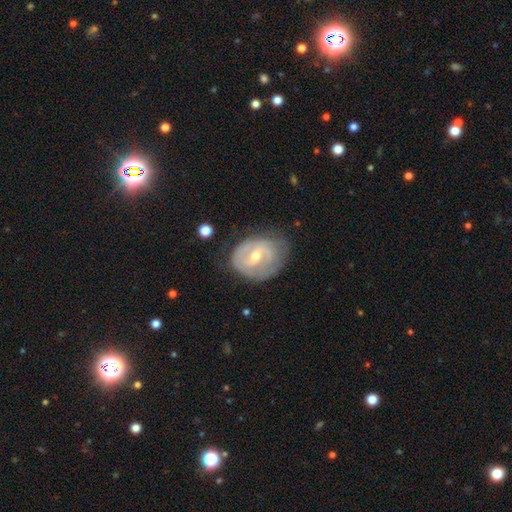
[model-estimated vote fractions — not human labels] A featured or disk galaxy (70%) with a weak bar (51%), spiral arms (67%) and a moderate central bulge (52%).

Vote fractions:
- Smooth or featured? featured or disk: 70% / smooth: 23% / star or artifact: 6%
- Edge-on disk? no: 96% / yes: 4%
- Bar? weak: 51% / no: 25% / strong: 23%
- Spiral arms? yes: 67% / no: 33%
- Bulge size? moderate: 52% / small: 44% / large: 2% / none: 1% / dominant: 1%
- Merging? none: 62% / minor disturbance: 26% / major disturbance: 10% / merger: 2%